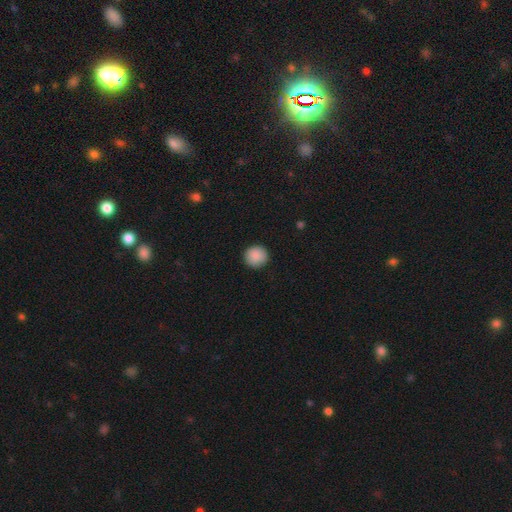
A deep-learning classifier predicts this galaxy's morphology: Smooth or featured: smooth — 89% (star or artifact — 8%)
How rounded: round — 94% (in between — 5%)
Merging: none — 92% (minor disturbance — 6%)